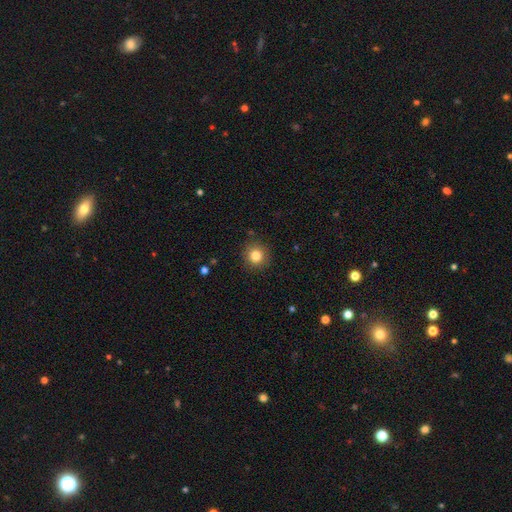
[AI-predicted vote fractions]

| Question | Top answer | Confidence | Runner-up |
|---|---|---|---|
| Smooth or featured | smooth | 82% | star or artifact (11%) |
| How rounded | round | 93% | in between (6%) |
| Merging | none | 89% | minor disturbance (7%) |